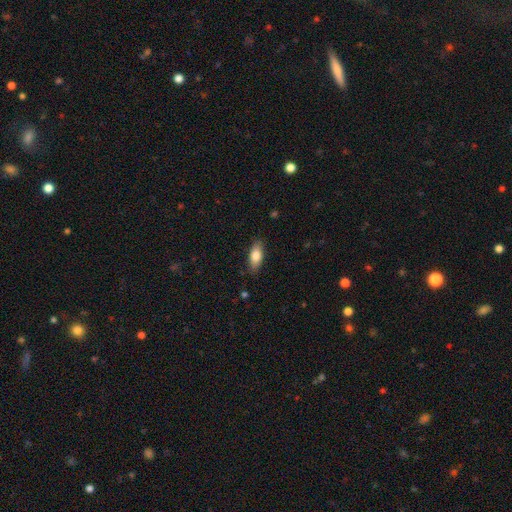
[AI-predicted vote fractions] The model was most divided on "smooth or featured": smooth: 80%, featured or disk: 14%, star or artifact: 6%. More confident: merging — none (85%); how rounded — in between (82%).